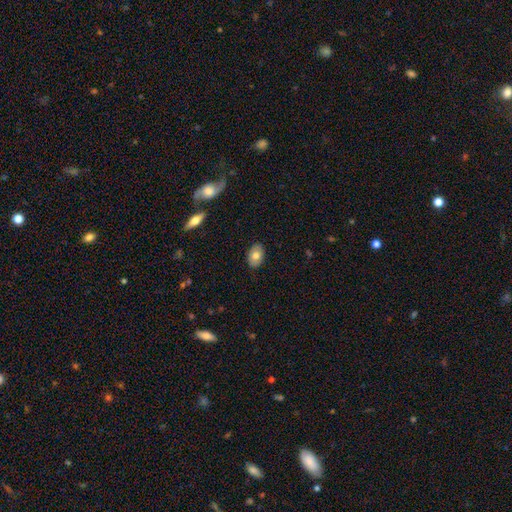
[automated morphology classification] Smooth or featured? Predicted: smooth (p=0.70). How rounded? Predicted: in between (p=0.82). Merging? Predicted: none (p=0.86).